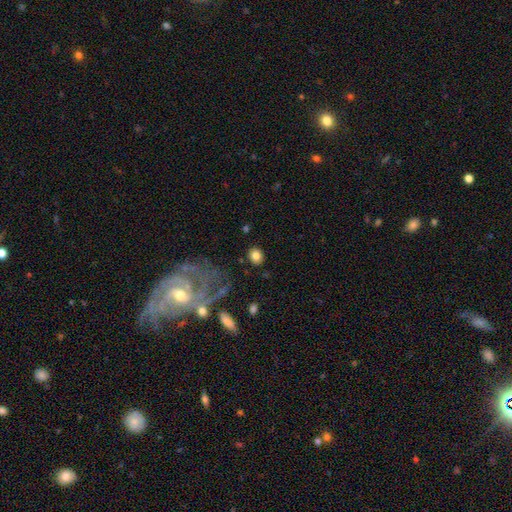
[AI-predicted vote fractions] The model was most divided on "how rounded": round: 68%, in between: 30%, cigar-shaped: 1%. More confident: merging — none (84%); smooth or featured — smooth (81%).